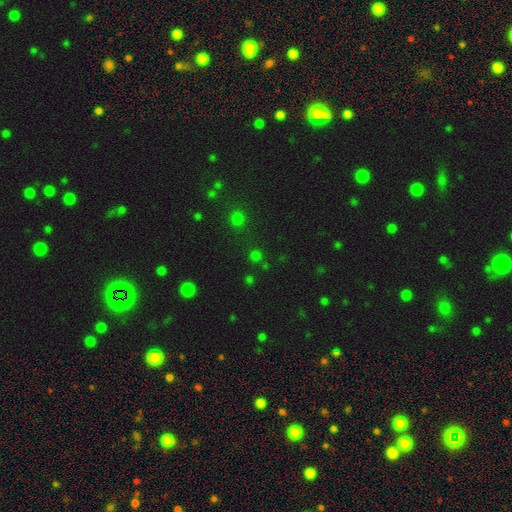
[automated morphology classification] The model was most divided on "smooth or featured": smooth: 57%, star or artifact: 38%, featured or disk: 5%. More confident: how rounded — round (91%); merging — none (80%).